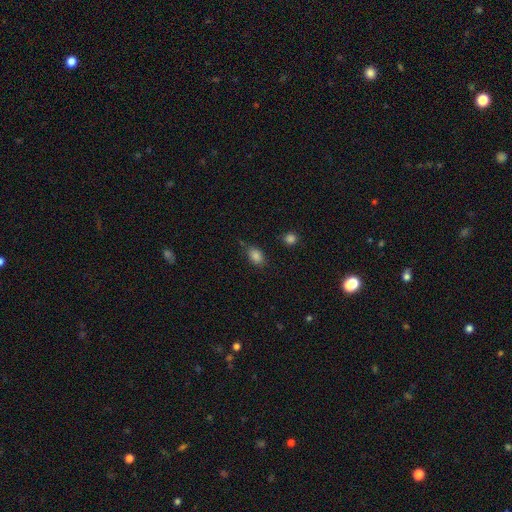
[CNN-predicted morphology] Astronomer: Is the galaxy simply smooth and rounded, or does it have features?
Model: smooth — 85%.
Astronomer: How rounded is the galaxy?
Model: in between — 82%.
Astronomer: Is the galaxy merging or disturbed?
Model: none — 71%.